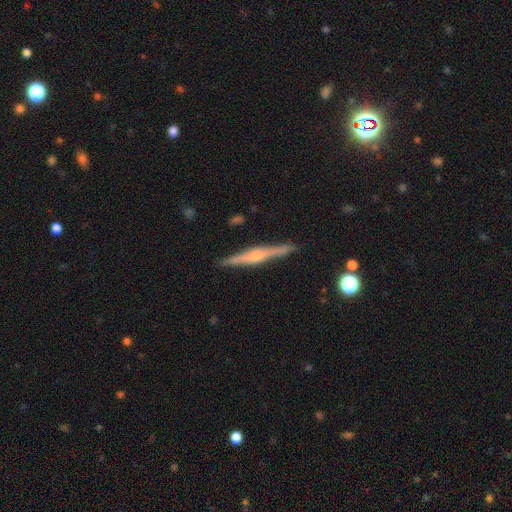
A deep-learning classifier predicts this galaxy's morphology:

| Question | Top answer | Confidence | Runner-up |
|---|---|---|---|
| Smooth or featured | featured or disk | 77% | smooth (17%) |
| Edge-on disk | yes | 98% | no (2%) |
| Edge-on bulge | rounded | 74% | boxy (15%) |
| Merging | none | 91% | minor disturbance (7%) |